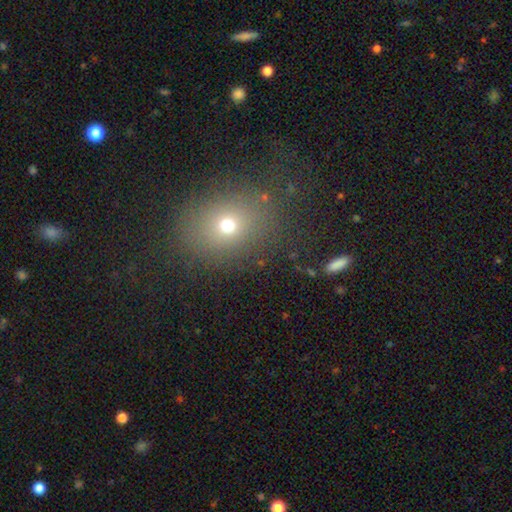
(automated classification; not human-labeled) smooth 62%, star or artifact 27%, featured or disk 11%. Down the decision tree: how rounded — round (53%); merging — none (77%).